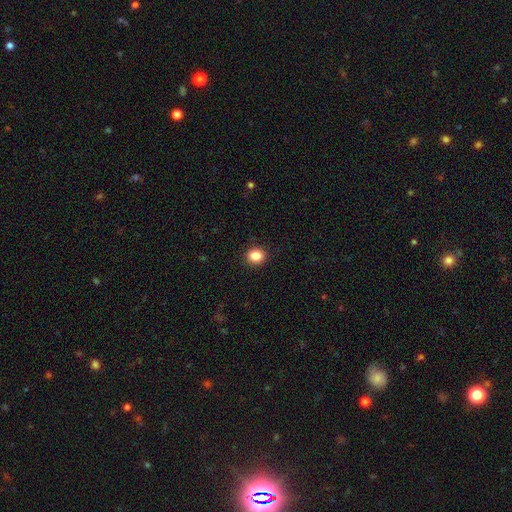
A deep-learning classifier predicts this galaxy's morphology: A smooth galaxy with no disk features (86%) that is round (70%). Merging: none (91%).